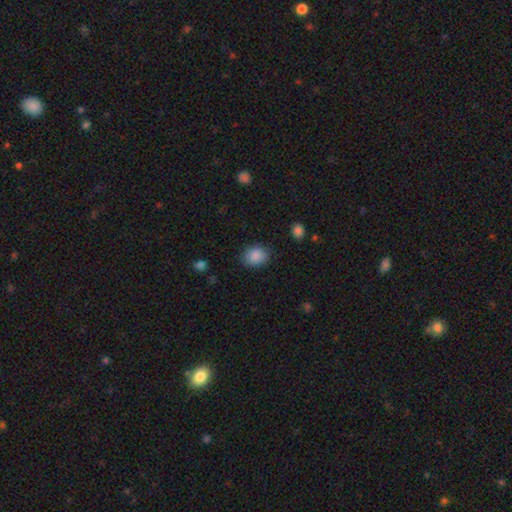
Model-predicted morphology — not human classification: smooth 88%, star or artifact 8%, featured or disk 4%. Down the decision tree: how rounded — round (50%); merging — none (82%).